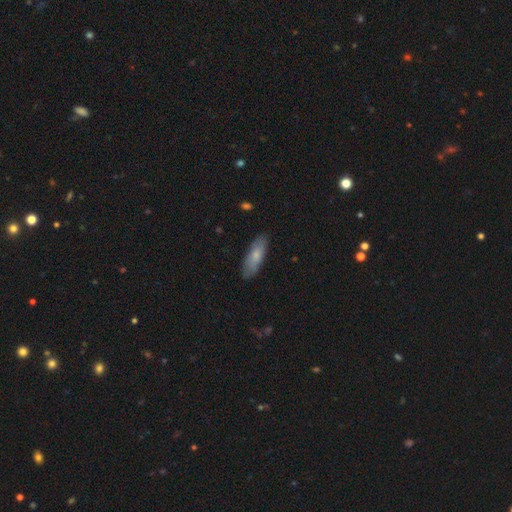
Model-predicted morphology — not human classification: A smooth galaxy with no disk features (72%) that is in between round and cigar-shaped (61%). Merging: none (81%).